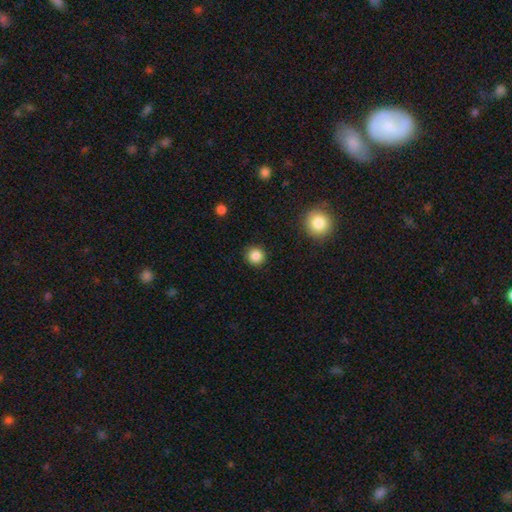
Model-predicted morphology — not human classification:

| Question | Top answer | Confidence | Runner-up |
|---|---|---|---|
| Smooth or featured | smooth | 85% | star or artifact (11%) |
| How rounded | round | 94% | in between (5%) |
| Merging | none | 91% | minor disturbance (6%) |